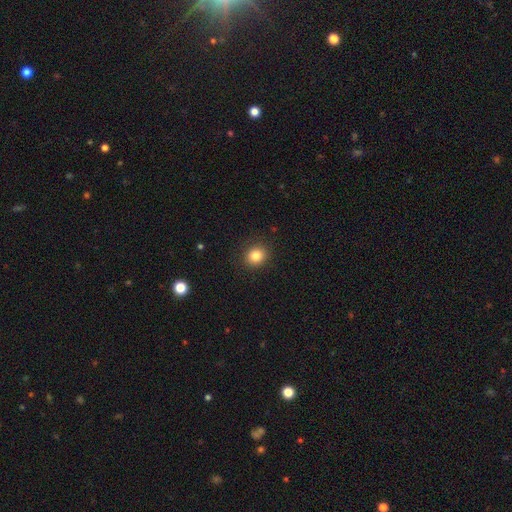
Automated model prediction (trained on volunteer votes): The model was most divided on "how rounded": round: 78%, in between: 21%, cigar-shaped: 1%. More confident: merging — none (90%); smooth or featured — smooth (83%).